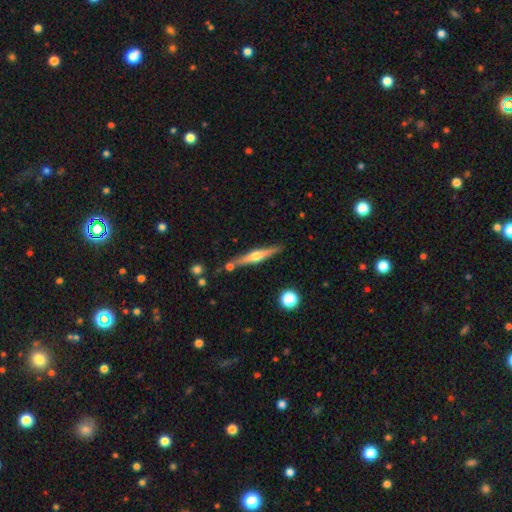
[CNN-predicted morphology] A featured or disk galaxy (66%) viewed edge-on (97%) with a rounded central bulge (89%). Merging: none (81%).